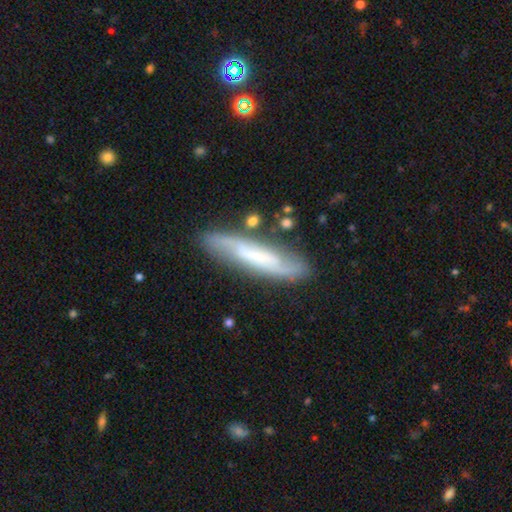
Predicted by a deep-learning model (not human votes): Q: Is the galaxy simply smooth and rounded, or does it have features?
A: featured or disk — 62%.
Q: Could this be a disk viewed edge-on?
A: no — 60%.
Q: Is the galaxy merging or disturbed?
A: none — 73%.